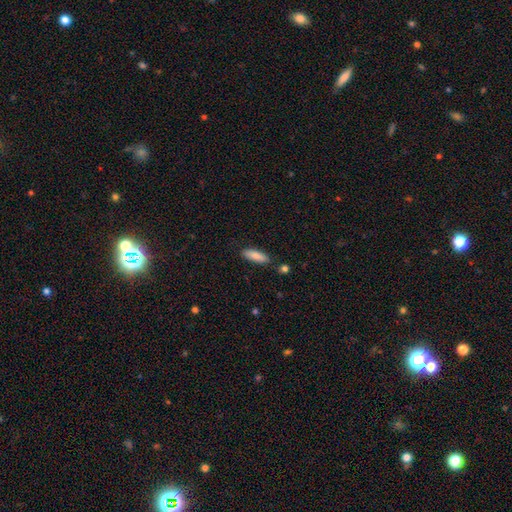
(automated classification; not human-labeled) Smooth or featured? Predicted: smooth (p=0.84). How rounded? Predicted: in between (p=0.52). Merging? Predicted: none (p=0.86).